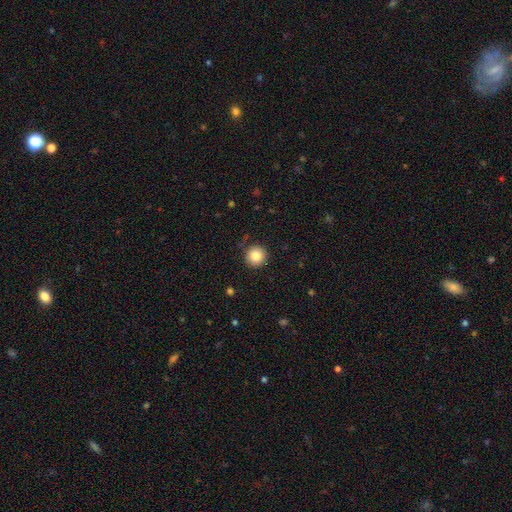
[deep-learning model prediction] Overall: smooth (83%). How rounded: round (95%). Merging: none (91%).